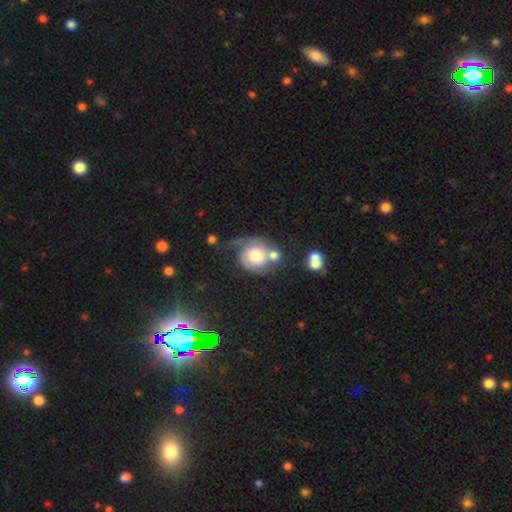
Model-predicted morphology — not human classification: smooth_or_featured: featured or disk (p=0.47) [alt: smooth p=0.45]
merging: none (p=0.31) [alt: major disturbance p=0.25]